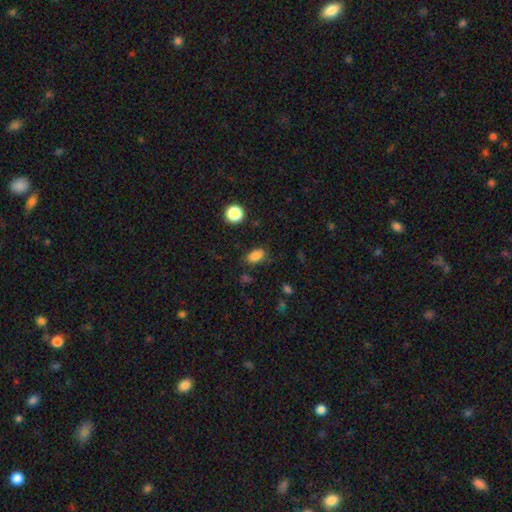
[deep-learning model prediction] Q: Smooth or featured?
A: smooth (83%); runner-up: star or artifact (11%)
Q: How rounded?
A: in between (86%); runner-up: round (12%)
Q: Merging?
A: none (77%); runner-up: minor disturbance (16%)